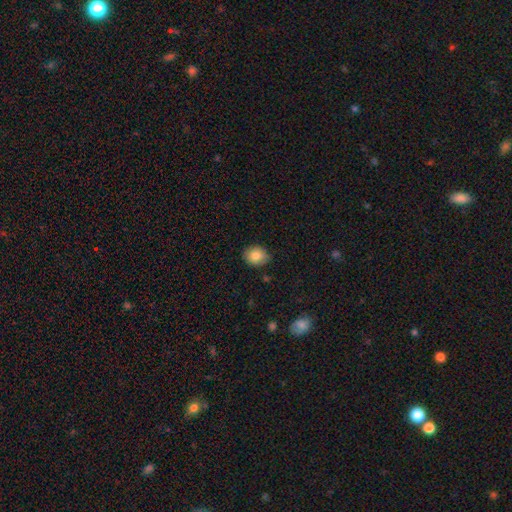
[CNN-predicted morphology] A smooth galaxy with no disk features (86%) that is round (53%).

Vote fractions:
- Smooth or featured? smooth: 86% / star or artifact: 8% / featured or disk: 6%
- How rounded? round: 53% / in between: 46% / cigar-shaped: 1%
- Merging? none: 83% / minor disturbance: 14% / major disturbance: 2% / merger: 1%